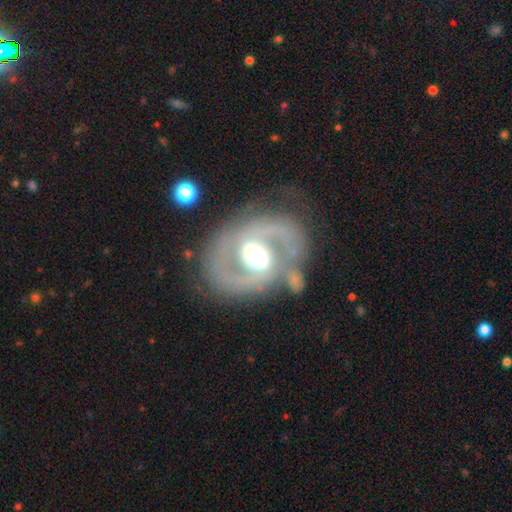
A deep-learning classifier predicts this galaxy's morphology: smooth_or_featured: featured or disk (p=0.86) [alt: smooth p=0.08]
disk_edge_on: no (p=0.97) [alt: yes p=0.03]
bar: weak (p=0.42) [alt: strong p=0.38]
has_spiral_arms: yes (p=0.90) [alt: no p=0.10]
spiral_winding: medium (p=0.53) [alt: tight p=0.29]
spiral_arm_count: 2 (p=0.89) [alt: can't tell p=0.04]
bulge_size: moderate (p=0.62) [alt: large p=0.26]
merging: none (p=0.65) [alt: minor disturbance p=0.16]